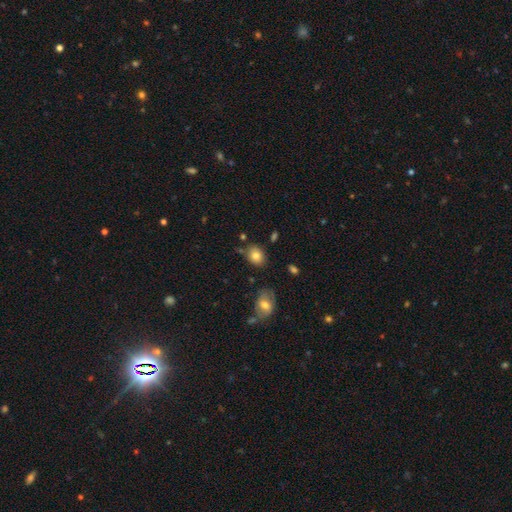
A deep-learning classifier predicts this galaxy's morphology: A smooth galaxy with no disk features (80%) that is in between round and cigar-shaped (66%). Merging: none (76%).